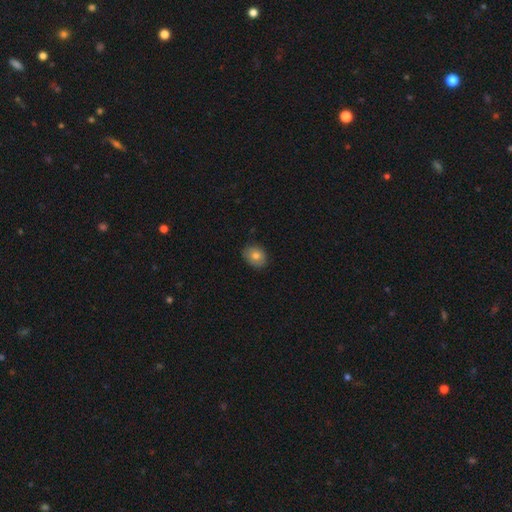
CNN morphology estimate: Smooth or featured? smooth (78%)
How rounded? in between (52%)
Merging? none (84%)